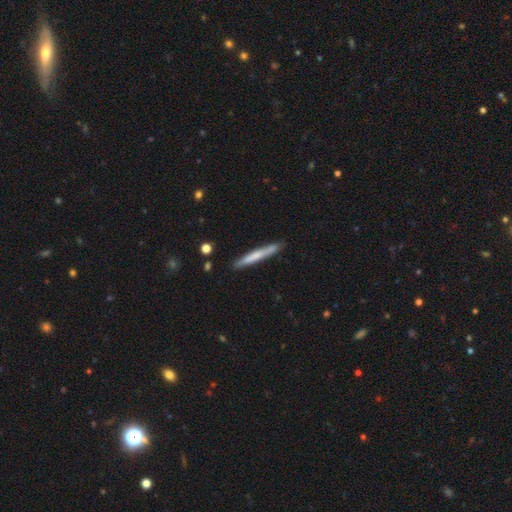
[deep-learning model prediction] Q: Smooth or featured?
A: smooth (60%); runner-up: featured or disk (35%)
Q: How rounded?
A: cigar-shaped (96%); runner-up: in between (2%)
Q: Merging?
A: none (88%); runner-up: minor disturbance (9%)